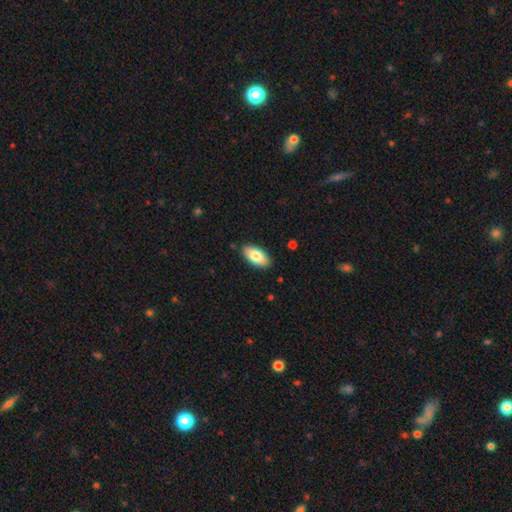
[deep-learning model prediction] Smooth or featured: smooth — 80% (featured or disk — 14%)
How rounded: in between — 93% (cigar-shaped — 4%)
Merging: none — 87% (minor disturbance — 10%)